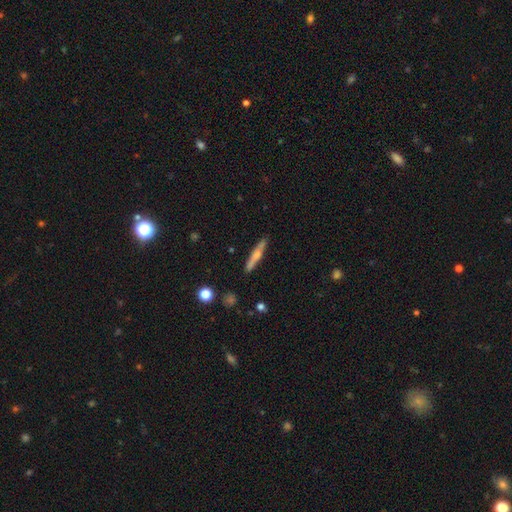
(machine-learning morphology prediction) smooth 47%, featured or disk 46%, star or artifact 6%. Down the decision tree: merging — none (87%).